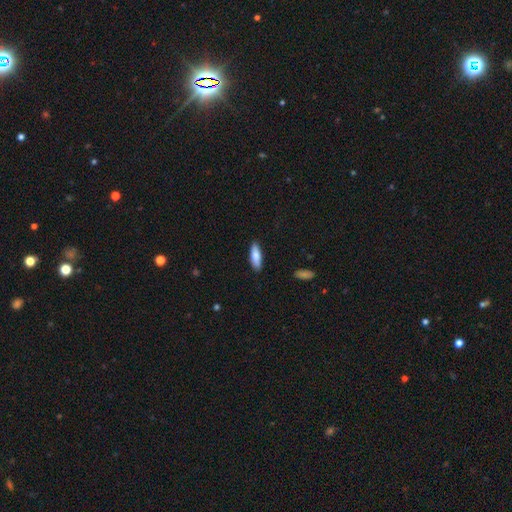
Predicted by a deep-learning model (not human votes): A smooth galaxy with no disk features (81%) that is in between round and cigar-shaped (56%). Merging: none (87%).